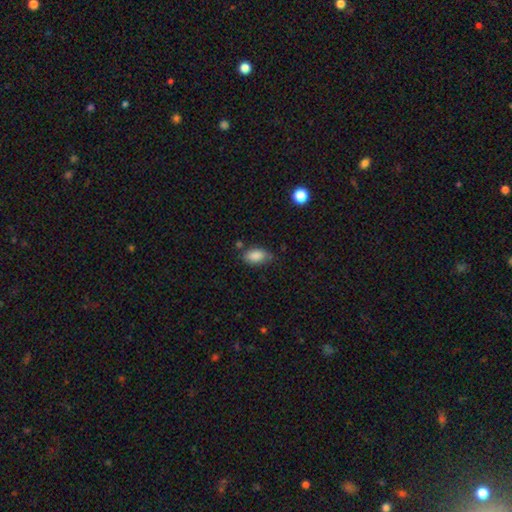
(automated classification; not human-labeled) smooth-or-featured: smooth: 87% | star or artifact: 8% | featured or disk: 6%
  how-rounded: in between: 91% | round: 6% | cigar-shaped: 3%
  merging: none: 68% | minor disturbance: 22% | merger: 5% | major disturbance: 5%